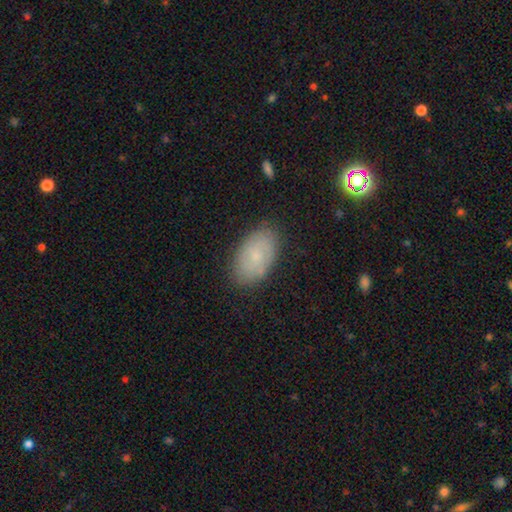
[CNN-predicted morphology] The model was most divided on "smooth or featured": smooth: 67%, featured or disk: 22%, star or artifact: 11%. More confident: how rounded — in between (93%); merging — none (83%).